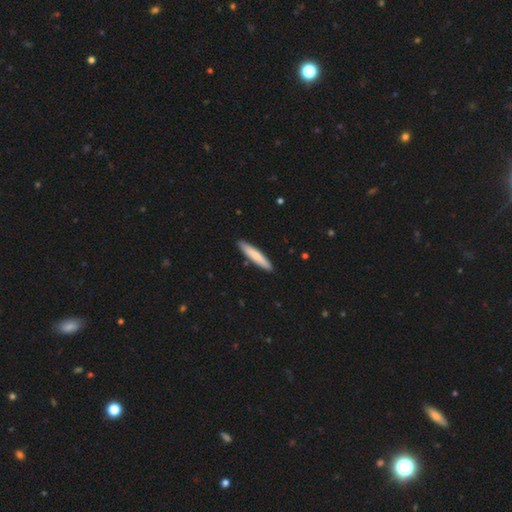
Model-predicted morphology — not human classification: Overall: smooth (72%). How rounded: cigar-shaped (89%). Merging: none (89%).